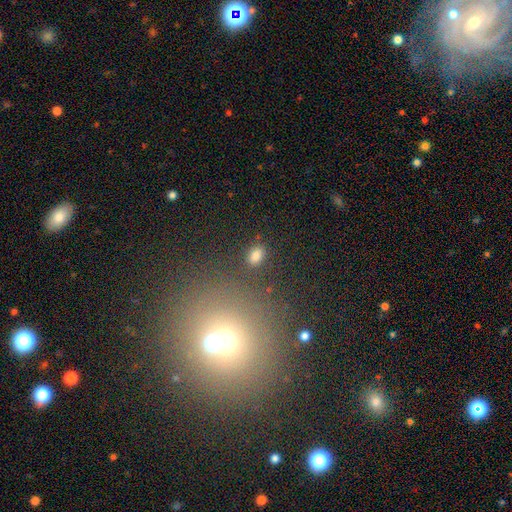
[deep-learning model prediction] smooth 79%, star or artifact 15%, featured or disk 6%. Down the decision tree: how rounded — in between (78%); merging — none (81%).